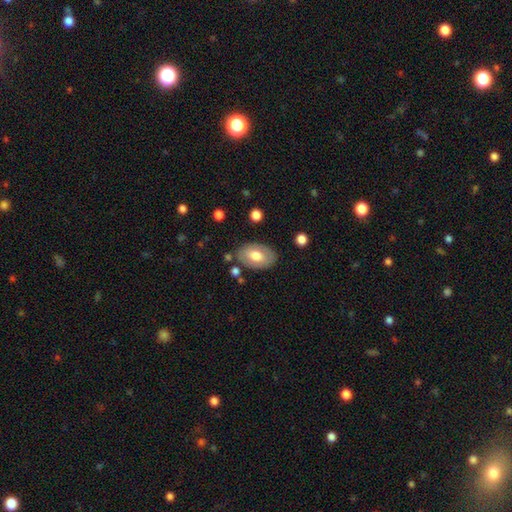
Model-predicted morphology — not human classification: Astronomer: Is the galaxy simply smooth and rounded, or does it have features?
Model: smooth — 66%.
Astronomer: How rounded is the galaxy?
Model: in between — 90%.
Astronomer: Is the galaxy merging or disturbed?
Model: none — 79%.